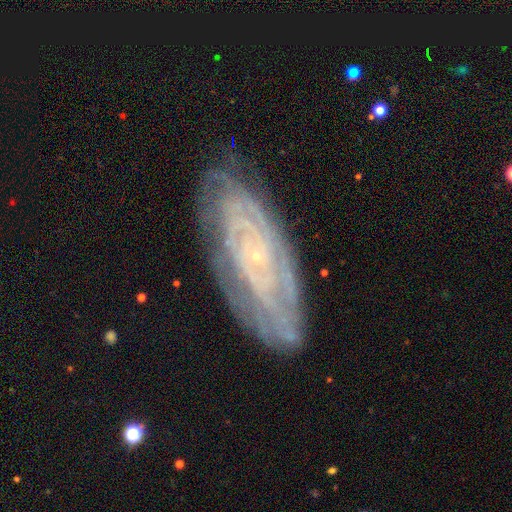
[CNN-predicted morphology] Smooth or featured: featured or disk — 84% (smooth — 10%)
Edge-on disk: no — 91% (yes — 9%)
Bar: no — 75% (weak — 18%)
Spiral arms: yes — 94% (no — 6%)
Spiral winding: tight — 80% (medium — 16%)
Spiral arm count: can't tell — 42% (2 — 16%)
Bulge size: small — 88% (moderate — 6%)
Merging: none — 77% (minor disturbance — 17%)